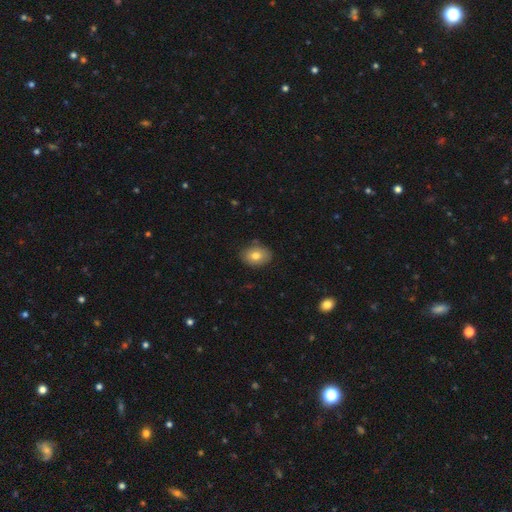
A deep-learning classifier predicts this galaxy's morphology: This is likely a smooth galaxy (77%). How rounded: likely in between (68%). Merging: clearly none (81%).